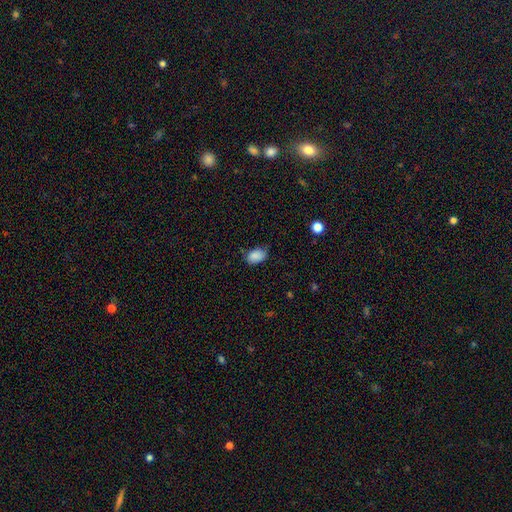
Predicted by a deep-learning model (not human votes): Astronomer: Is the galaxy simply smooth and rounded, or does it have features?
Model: smooth — 87%.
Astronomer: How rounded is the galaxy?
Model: in between — 86%.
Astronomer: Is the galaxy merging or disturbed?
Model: none — 66%.